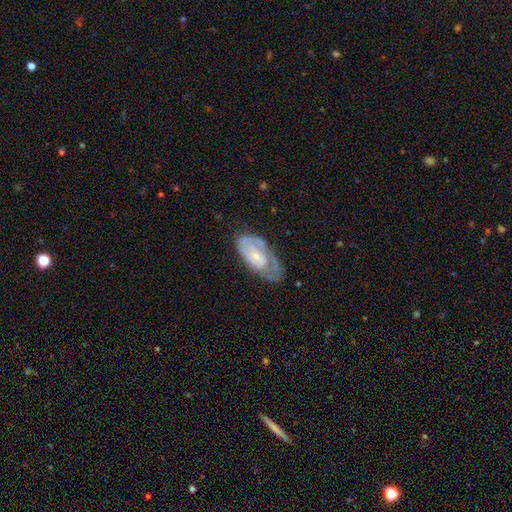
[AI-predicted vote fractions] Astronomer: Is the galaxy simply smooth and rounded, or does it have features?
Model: featured or disk — 66%.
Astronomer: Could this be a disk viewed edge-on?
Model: no — 94%.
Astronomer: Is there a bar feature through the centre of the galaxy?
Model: no — 75%.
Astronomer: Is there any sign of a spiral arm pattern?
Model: yes — 72%.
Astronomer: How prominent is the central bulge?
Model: small — 68%.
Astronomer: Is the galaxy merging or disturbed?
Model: none — 44% (runner-up: minor disturbance, 32%).